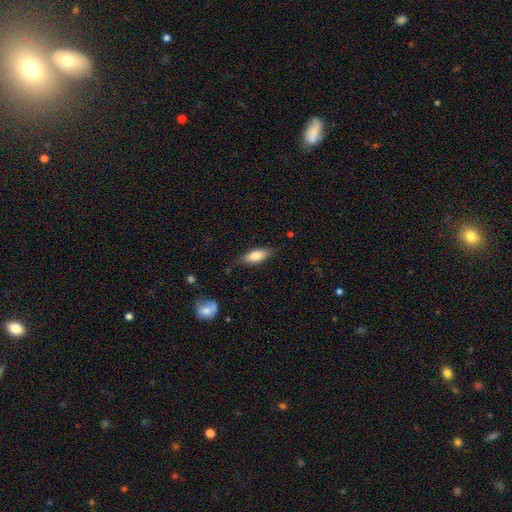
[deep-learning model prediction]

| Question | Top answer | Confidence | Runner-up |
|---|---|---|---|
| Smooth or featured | smooth | 77% | featured or disk (16%) |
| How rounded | in between | 76% | cigar-shaped (22%) |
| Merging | none | 80% | minor disturbance (16%) |